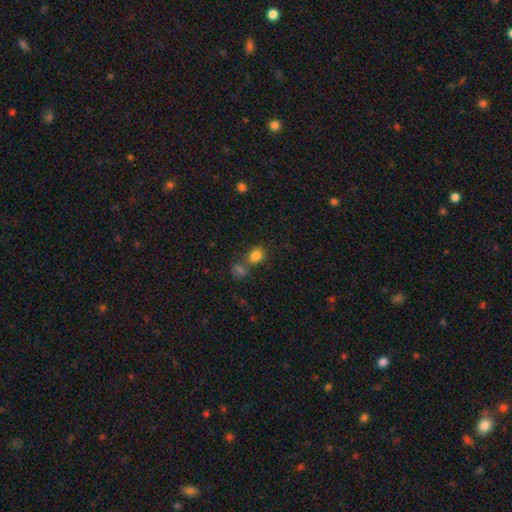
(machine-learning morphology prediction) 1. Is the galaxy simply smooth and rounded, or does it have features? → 81% smooth, 12% star or artifact, 7% featured or disk.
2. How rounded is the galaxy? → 54% in between, 45% round, 1% cigar-shaped.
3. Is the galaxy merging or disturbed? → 55% none, 28% merger, 12% minor disturbance, 5% major disturbance.